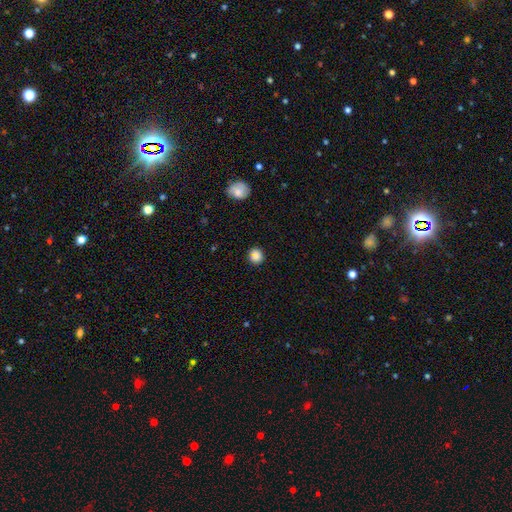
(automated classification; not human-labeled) A smooth galaxy with no disk features (84%) that is round (86%). Merging: none (78%).